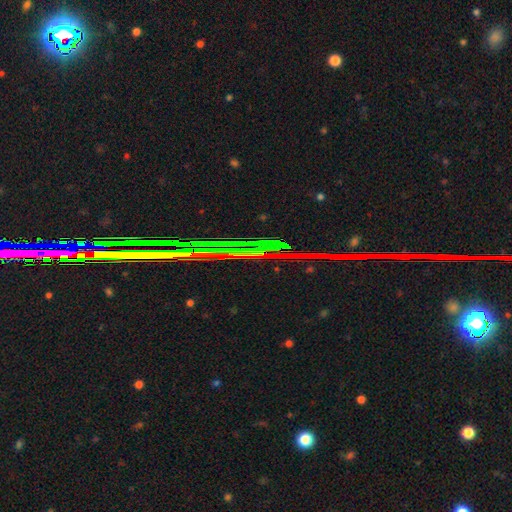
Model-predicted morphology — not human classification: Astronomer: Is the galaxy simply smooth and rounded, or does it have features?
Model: star or artifact — 83%.